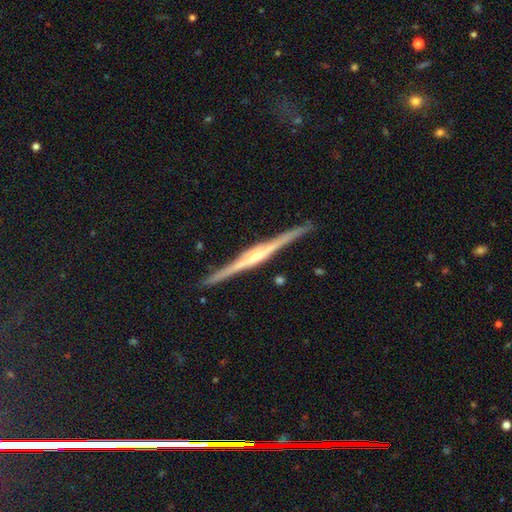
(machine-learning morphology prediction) This appears to be a featured or disk galaxy (85%) viewed edge-on (98%) with a rounded central bulge (74%). Merging: none (91%).